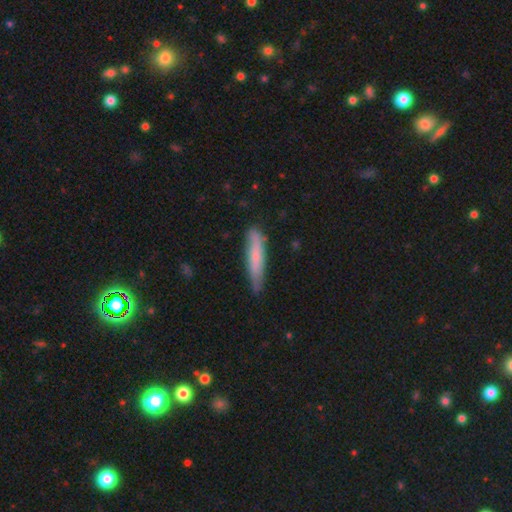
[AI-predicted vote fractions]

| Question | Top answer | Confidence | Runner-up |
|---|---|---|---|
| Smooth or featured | smooth | 68% | featured or disk (26%) |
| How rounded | cigar-shaped | 89% | in between (10%) |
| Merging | none | 76% | minor disturbance (19%) |